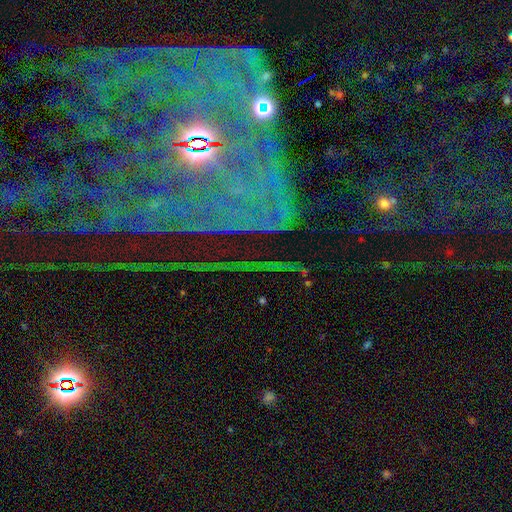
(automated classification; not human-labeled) Morphology: type=star or artifact (75%).